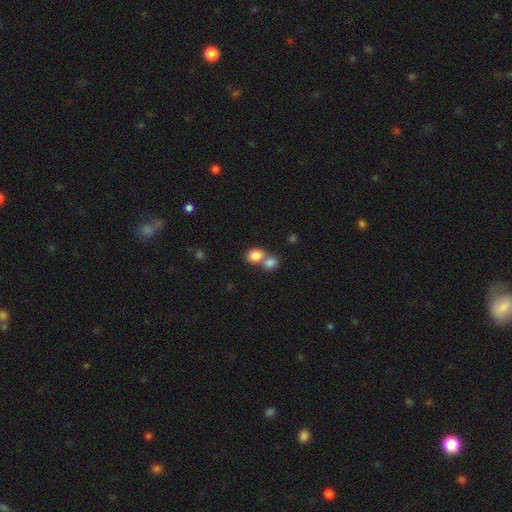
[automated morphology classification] Smooth or featured?
  - smooth: 83% *
  - star or artifact: 9%
  - featured or disk: 8%
How rounded?
  - round: 55% *
  - in between: 44%
  - cigar-shaped: 1%
Merging?
  - merger: 54% *
  - none: 36%
  - minor disturbance: 7%
  - major disturbance: 3%